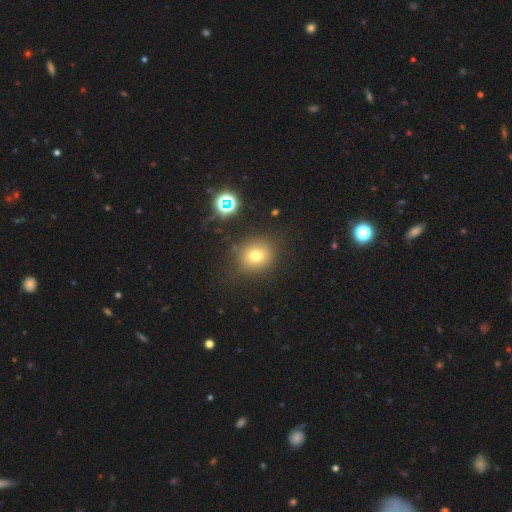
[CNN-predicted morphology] This is likely a smooth galaxy (72%). How rounded: clearly round (81%). Merging: clearly none (82%).